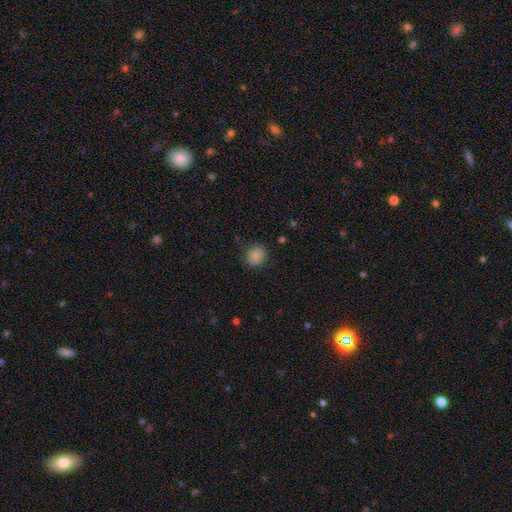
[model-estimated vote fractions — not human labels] smooth-or-featured: smooth: 85% | star or artifact: 11% | featured or disk: 4%
  how-rounded: round: 69% | in between: 30% | cigar-shaped: 1%
  merging: none: 80% | minor disturbance: 15% | major disturbance: 4% | merger: 1%